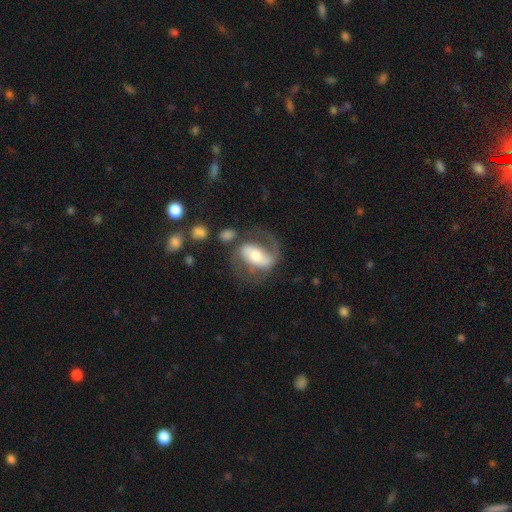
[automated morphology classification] The model was most divided on "spiral winding": medium: 49%, loose: 34%, tight: 17%. Remaining: edge-on disk — no (95%); spiral arms — yes (89%); spiral arm count — 2 (79%); smooth or featured — featured or disk (77%); bulge size — moderate (60%); merging — none (57%); bar — strong (48%).